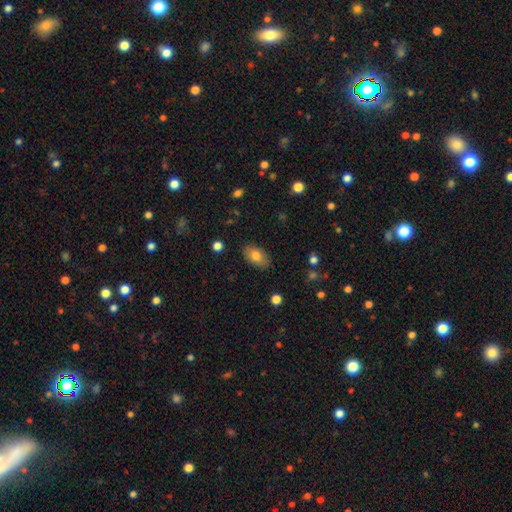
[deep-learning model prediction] A smooth galaxy with no disk features (77%) that is in between round and cigar-shaped (91%).

Vote fractions:
- Smooth or featured? smooth: 77% / featured or disk: 16% / star or artifact: 7%
- How rounded? in between: 91% / round: 7% / cigar-shaped: 2%
- Merging? none: 84% / minor disturbance: 12% / major disturbance: 3% / merger: 1%